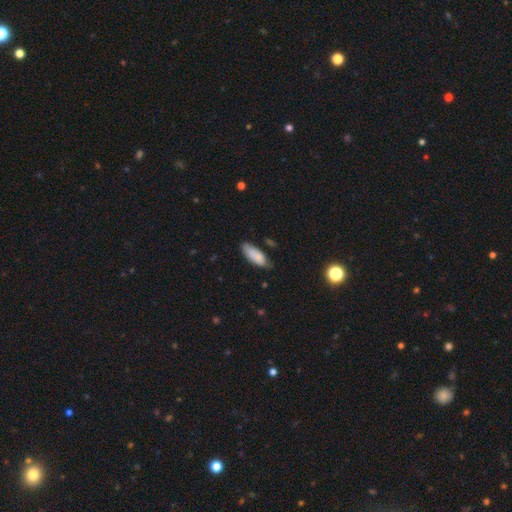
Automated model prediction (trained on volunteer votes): The model was most divided on "merging": none: 69%, minor disturbance: 25%, major disturbance: 4%, merger: 2%. More confident: smooth or featured — smooth (85%); how rounded — in between (76%).